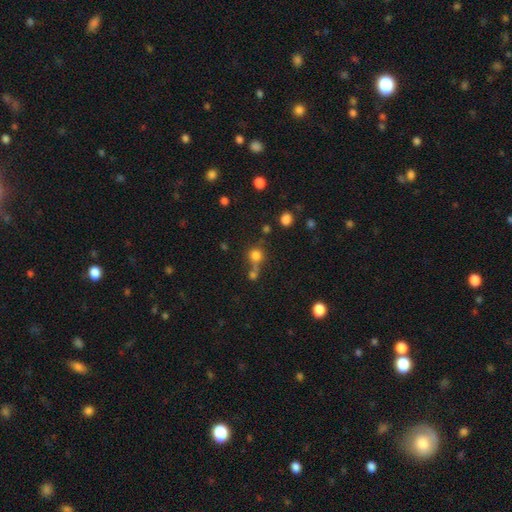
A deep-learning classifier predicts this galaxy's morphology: This appears to be a smooth galaxy with no disk features (76%) that is round (89%). Merging: none (50%).